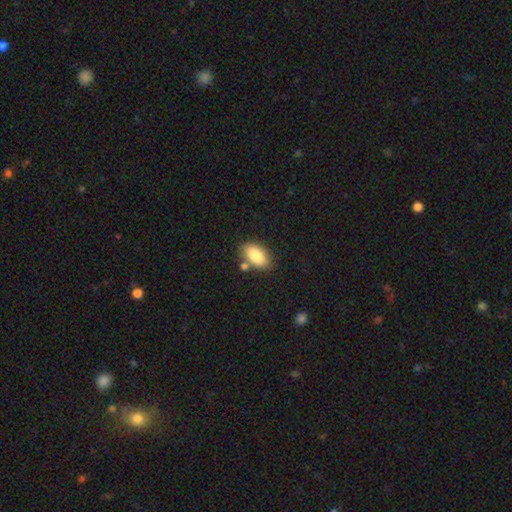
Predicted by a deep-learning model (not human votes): Q: Smooth or featured?
A: smooth (85%); runner-up: featured or disk (9%)
Q: How rounded?
A: in between (93%); runner-up: round (5%)
Q: Merging?
A: none (73%); runner-up: minor disturbance (13%)